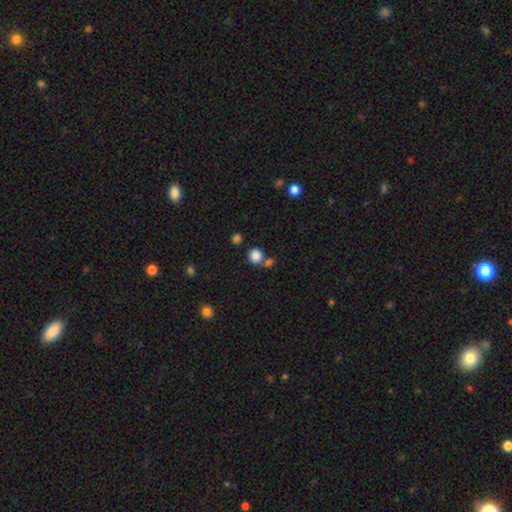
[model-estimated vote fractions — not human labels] smooth-or-featured: smooth: 85% | star or artifact: 11% | featured or disk: 5%
  how-rounded: round: 90% | in between: 9% | cigar-shaped: 1%
  merging: none: 62% | merger: 25% | minor disturbance: 9% | major disturbance: 4%